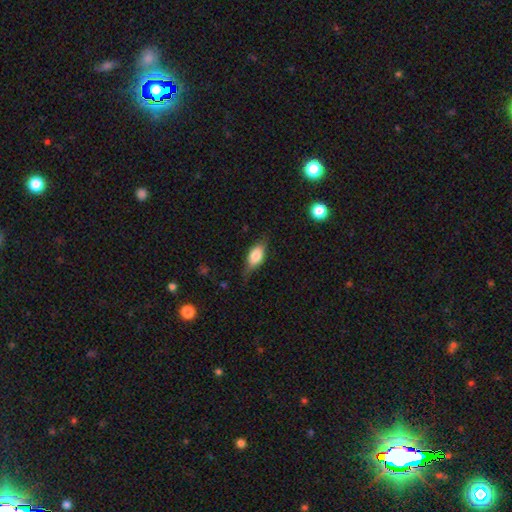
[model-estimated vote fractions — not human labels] Smooth or featured? Predicted: smooth (p=0.63). How rounded? Predicted: in between (p=0.79). Merging? Predicted: none (p=0.69).